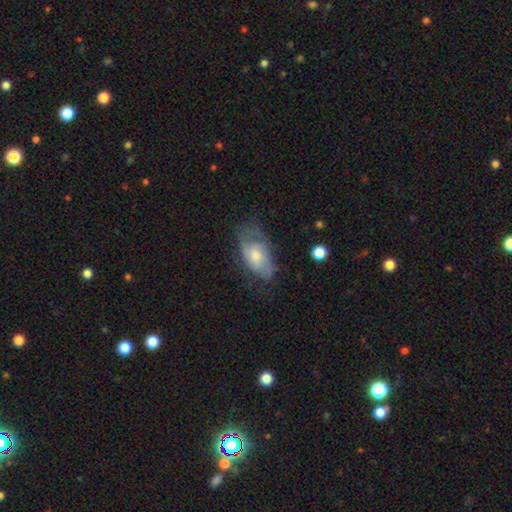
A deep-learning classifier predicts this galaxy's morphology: Smooth or featured: featured or disk — 54% (smooth — 39%)
Edge-on disk: no — 92% (yes — 8%)
Merging: none — 52% (minor disturbance — 28%)